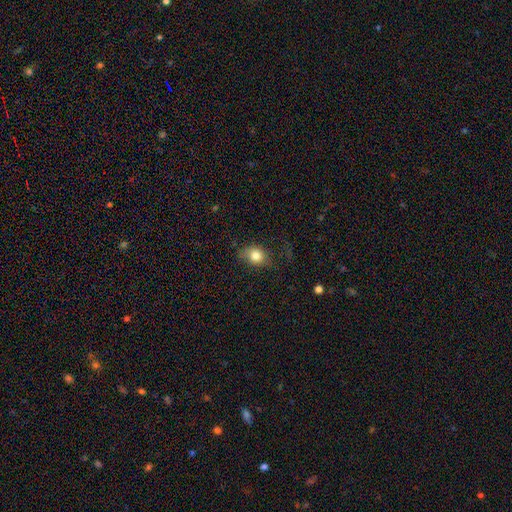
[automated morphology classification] Overall: smooth (80%). How rounded: round (50%; in between 49%). Merging: none (66%).